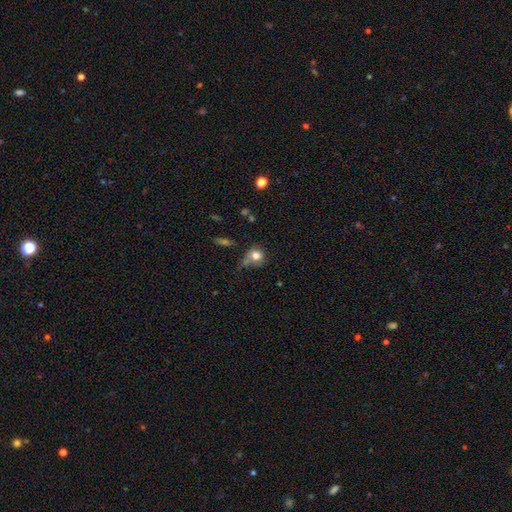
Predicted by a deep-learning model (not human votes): A smooth galaxy with no disk features (77%) that is round (77%).

Vote fractions:
- Smooth or featured? smooth: 77% / featured or disk: 12% / star or artifact: 11%
- How rounded? round: 77% / in between: 21% / cigar-shaped: 1%
- Merging? none: 44% / minor disturbance: 28% / major disturbance: 19% / merger: 9%